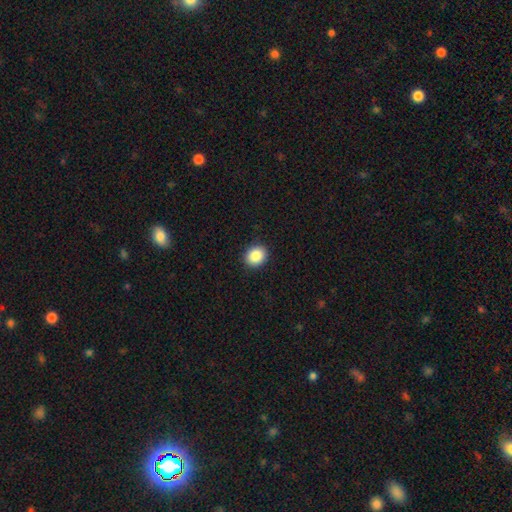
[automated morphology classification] A smooth galaxy with no disk features (87%) that is round (64%).

Vote fractions:
- Smooth or featured? smooth: 87% / star or artifact: 9% / featured or disk: 4%
- How rounded? round: 64% / in between: 35% / cigar-shaped: 1%
- Merging? none: 91% / minor disturbance: 6% / major disturbance: 2% / merger: 1%